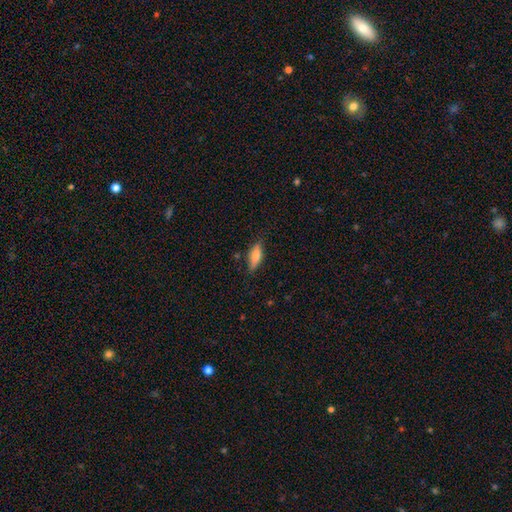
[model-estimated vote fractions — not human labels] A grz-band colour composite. It shows a smooth galaxy with no disk features (70%) that is in between round and cigar-shaped (58%). Merging: none (76%).